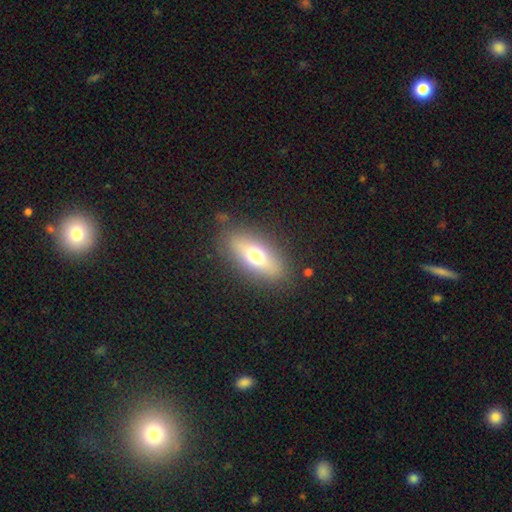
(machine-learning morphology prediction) This appears to be a smooth galaxy with no disk features (61%) that is in between round and cigar-shaped (74%). Merging: none (83%).